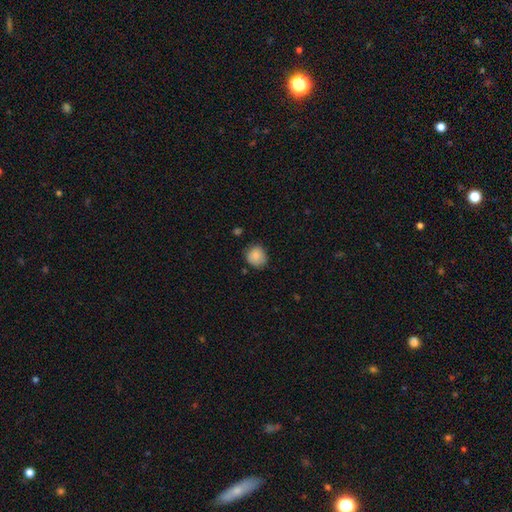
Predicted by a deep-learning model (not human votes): Smooth or featured: smooth — 87% (star or artifact — 8%)
How rounded: round — 81% (in between — 18%)
Merging: none — 75% (minor disturbance — 20%)